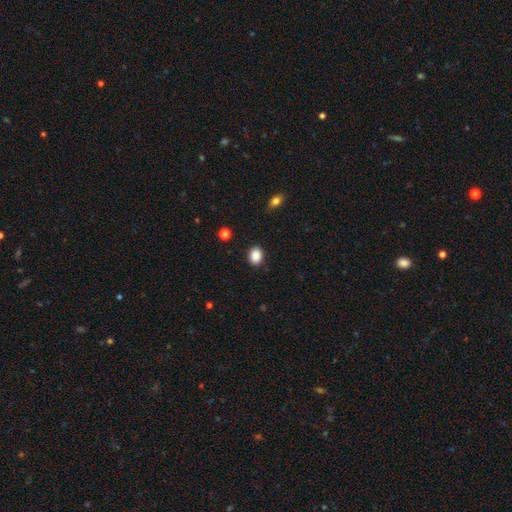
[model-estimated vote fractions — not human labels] smooth-or-featured: smooth: 88% | star or artifact: 9% | featured or disk: 3%
  how-rounded: in between: 55% | round: 44% | cigar-shaped: 1%
  merging: none: 89% | minor disturbance: 8% | major disturbance: 2% | merger: 1%